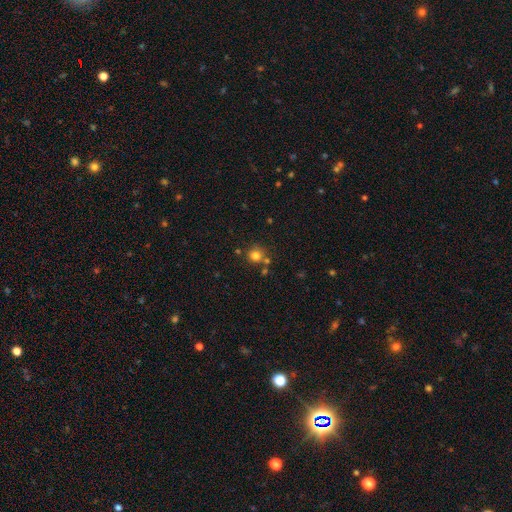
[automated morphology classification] Q: Smooth or featured?
A: smooth (78%); runner-up: star or artifact (15%)
Q: How rounded?
A: round (91%); runner-up: in between (8%)
Q: Merging?
A: none (72%); runner-up: merger (16%)